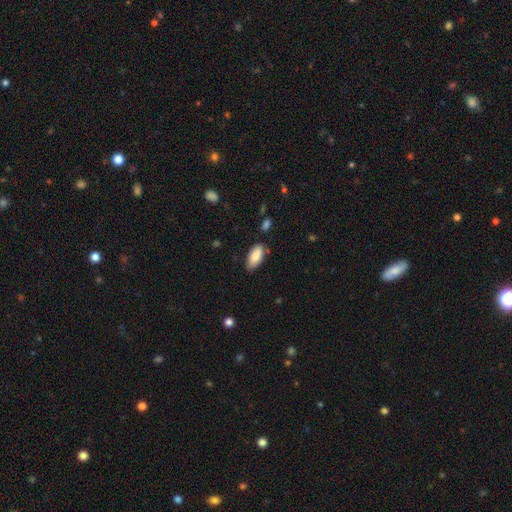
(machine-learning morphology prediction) This is clearly a smooth galaxy (86%). How rounded: clearly in between (89%). Merging: likely none (78%).